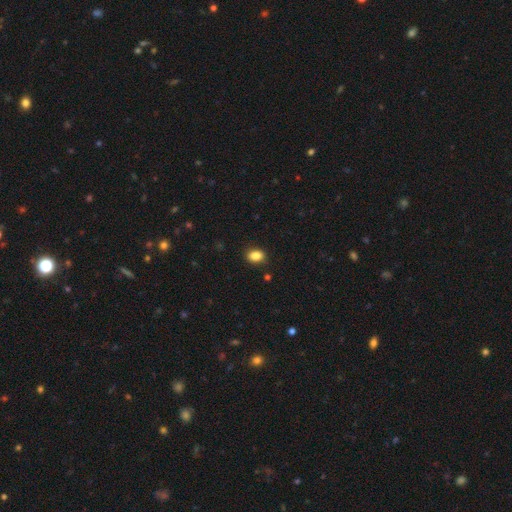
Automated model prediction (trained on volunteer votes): Smooth or featured? Predicted: smooth (p=0.87). How rounded? Predicted: in between (p=0.73). Merging? Predicted: none (p=0.89).